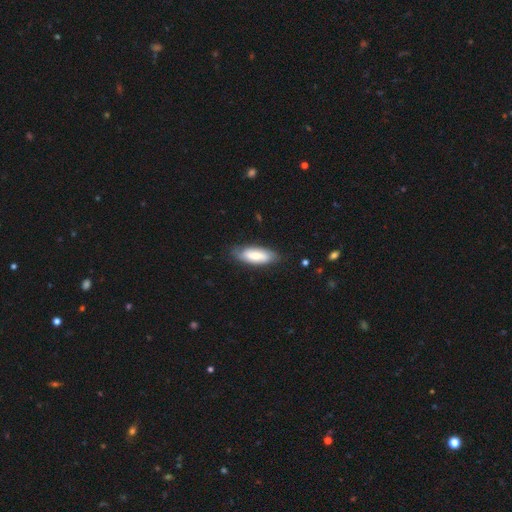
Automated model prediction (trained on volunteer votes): Morphology: type=smooth (60%); roundness=in between (77%); merging=none (79%).